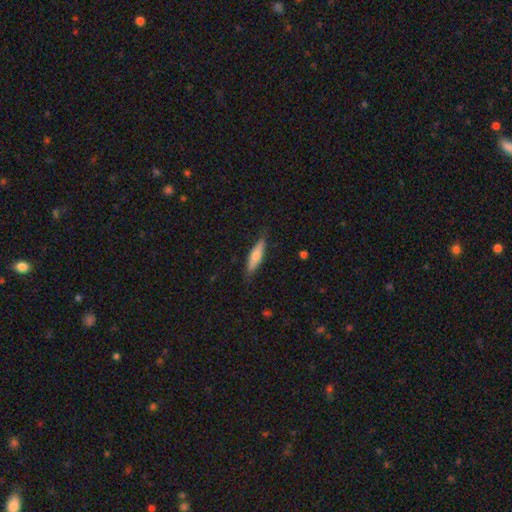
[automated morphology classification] Q: Smooth or featured?
A: smooth (57%); runner-up: featured or disk (37%)
Q: How rounded?
A: cigar-shaped (72%); runner-up: in between (26%)
Q: Merging?
A: none (82%); runner-up: minor disturbance (14%)